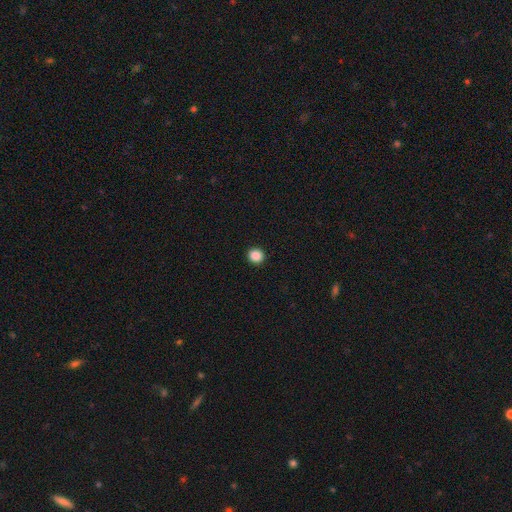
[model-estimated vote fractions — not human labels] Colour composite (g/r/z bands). It shows a smooth galaxy with no disk features (88%) that is round (90%). Merging: none (93%).